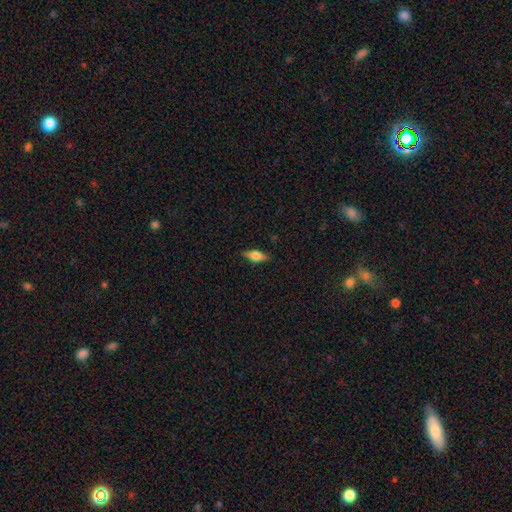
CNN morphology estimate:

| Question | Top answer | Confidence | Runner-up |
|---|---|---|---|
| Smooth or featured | smooth | 54% | featured or disk (39%) |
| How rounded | in between | 61% | cigar-shaped (36%) |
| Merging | none | 86% | minor disturbance (11%) |